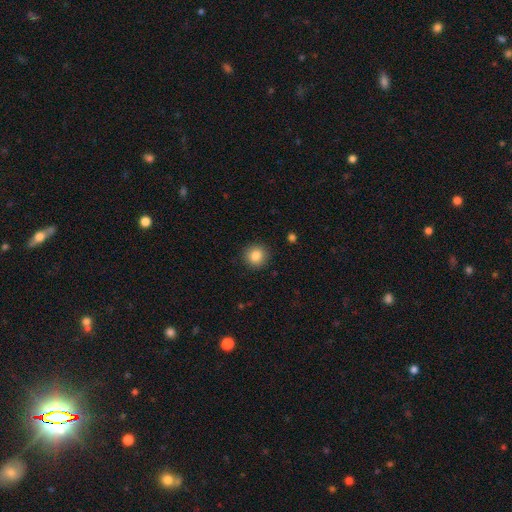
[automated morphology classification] smooth_or_featured: smooth (p=0.85) [alt: star or artifact p=0.10]
how_rounded: round (p=0.92) [alt: in between p=0.07]
merging: none (p=0.91) [alt: minor disturbance p=0.06]